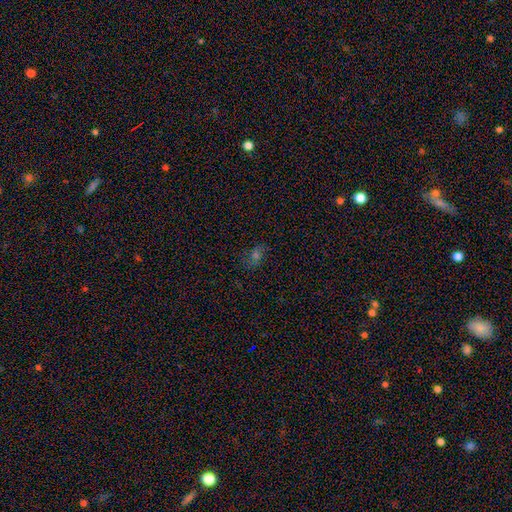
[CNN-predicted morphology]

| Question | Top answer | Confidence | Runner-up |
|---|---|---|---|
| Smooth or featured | smooth | 42% | star or artifact (32%) |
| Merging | none | 76% | minor disturbance (16%) |